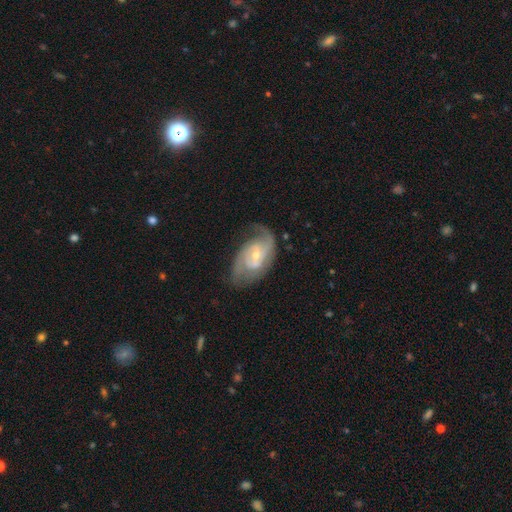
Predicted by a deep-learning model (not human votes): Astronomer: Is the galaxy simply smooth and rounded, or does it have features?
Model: featured or disk — 85%.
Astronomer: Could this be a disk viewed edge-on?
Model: no — 96%.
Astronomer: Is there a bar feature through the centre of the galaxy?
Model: no — 50% (runner-up: weak, 41%).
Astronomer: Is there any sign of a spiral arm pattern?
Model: yes — 95%.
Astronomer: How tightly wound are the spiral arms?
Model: medium — 47% (runner-up: tight, 34%).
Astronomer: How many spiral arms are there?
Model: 2 — 68%.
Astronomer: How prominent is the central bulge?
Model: small — 56% (runner-up: moderate, 41%).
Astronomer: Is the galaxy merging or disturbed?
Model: none — 62%.